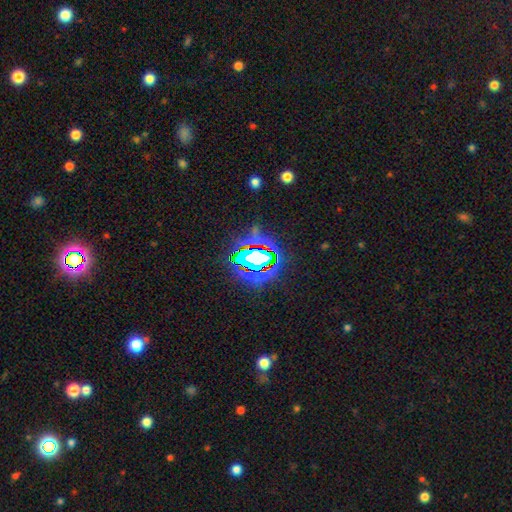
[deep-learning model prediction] Morphology: type=star or artifact (70%).